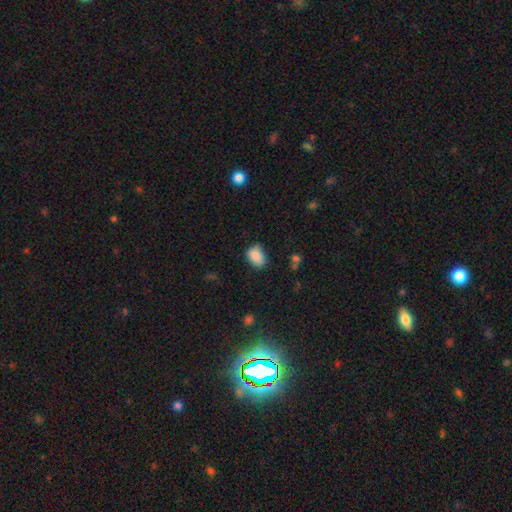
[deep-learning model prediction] A smooth galaxy with no disk features (85%) that is in between round and cigar-shaped (80%).

Vote fractions:
- Smooth or featured? smooth: 85% / star or artifact: 8% / featured or disk: 7%
- How rounded? in between: 80% / round: 19% / cigar-shaped: 1%
- Merging? none: 63% / minor disturbance: 28% / major disturbance: 6% / merger: 3%